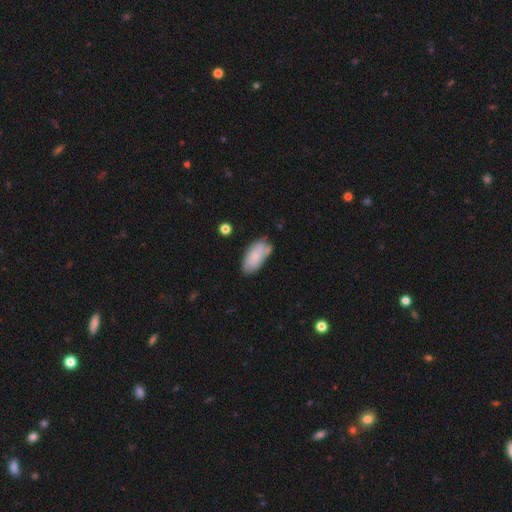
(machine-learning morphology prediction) Q: Smooth or featured?
A: smooth (77%); runner-up: featured or disk (17%)
Q: How rounded?
A: in between (92%); runner-up: cigar-shaped (6%)
Q: Merging?
A: none (63%); runner-up: minor disturbance (26%)